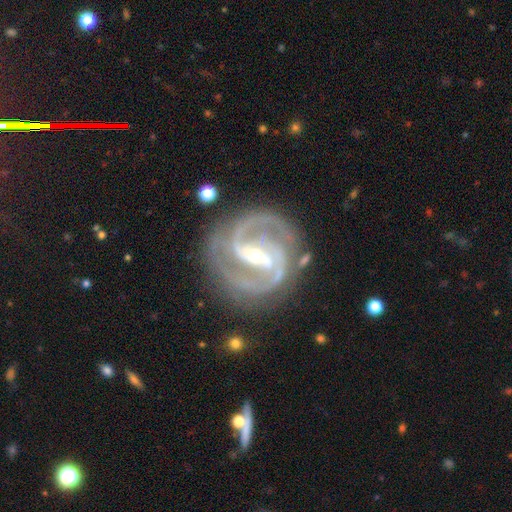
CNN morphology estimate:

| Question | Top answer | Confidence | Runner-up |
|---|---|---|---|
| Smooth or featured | featured or disk | 92% | star or artifact (5%) |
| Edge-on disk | no | 97% | yes (3%) |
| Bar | strong | 53% | weak (34%) |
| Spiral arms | yes | 98% | no (2%) |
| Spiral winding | medium | 50% | tight (44%) |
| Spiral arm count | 2 | 71% | 3 (17%) |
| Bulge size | small | 57% | moderate (40%) |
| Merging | none | 78% | minor disturbance (14%) |